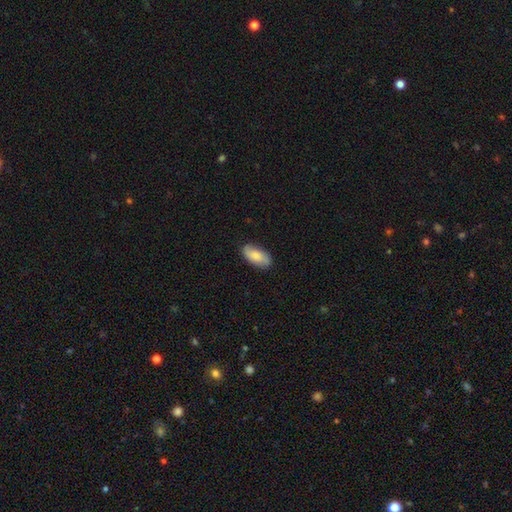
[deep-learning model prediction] Overall: smooth (80%). How rounded: in between (92%). Merging: none (83%).